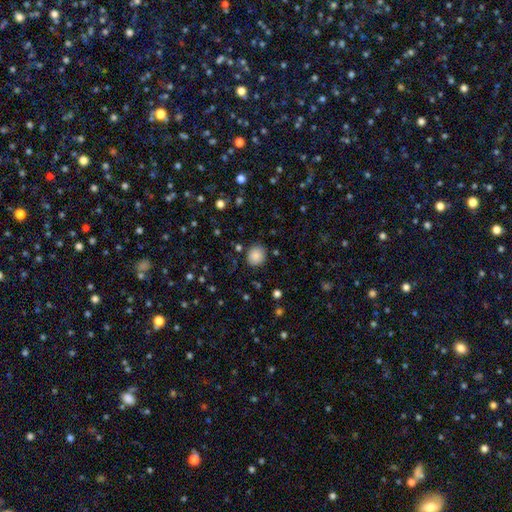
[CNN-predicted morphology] type=smooth (86%); roundness=round (84%); merging=none (87%).